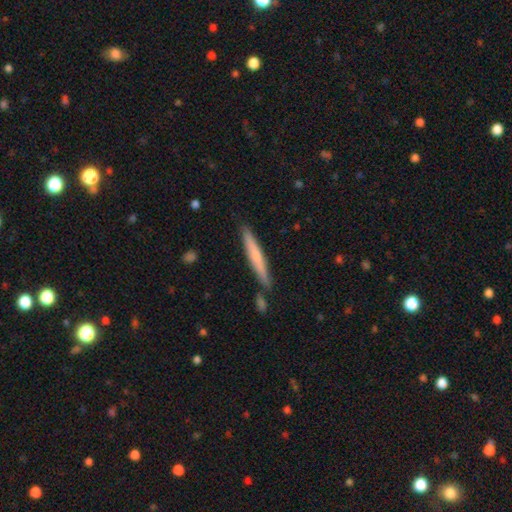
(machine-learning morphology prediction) A smooth galaxy with no disk features (59%) that is cigar-shaped (95%).

Vote fractions:
- Smooth or featured? smooth: 59% / featured or disk: 36% / star or artifact: 6%
- How rounded? cigar-shaped: 95% / in between: 4% / round: 1%
- Merging? none: 82% / minor disturbance: 11% / merger: 5% / major disturbance: 2%